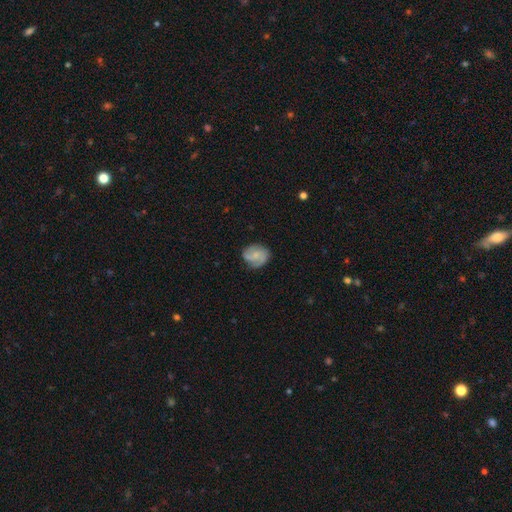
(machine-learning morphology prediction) A featured or disk galaxy (57%) with no bar (62%), spiral arms (89%) and a small central bulge (59%).

Vote fractions:
- Smooth or featured? featured or disk: 57% / smooth: 36% / star or artifact: 7%
- Edge-on disk? no: 98% / yes: 2%
- Bar? no: 62% / weak: 32% / strong: 5%
- Spiral arms? yes: 89% / no: 11%
- Bulge size? small: 59% / moderate: 25% / none: 14% / large: 1% / dominant: 1%
- Merging? none: 68% / minor disturbance: 23% / major disturbance: 8% / merger: 1%